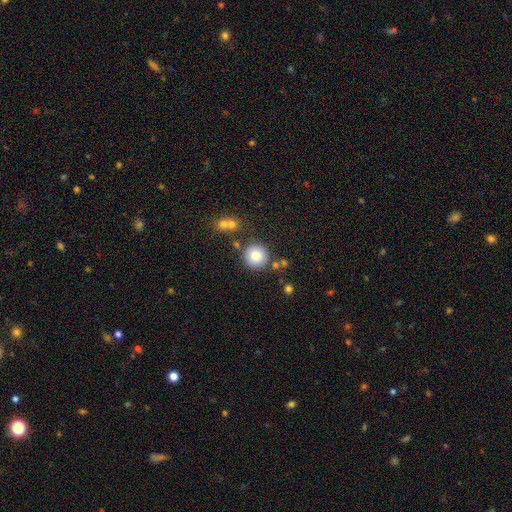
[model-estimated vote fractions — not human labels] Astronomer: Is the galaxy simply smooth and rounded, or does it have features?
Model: smooth — 83%.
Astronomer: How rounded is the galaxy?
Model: round — 94%.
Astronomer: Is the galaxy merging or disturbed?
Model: none — 81%.